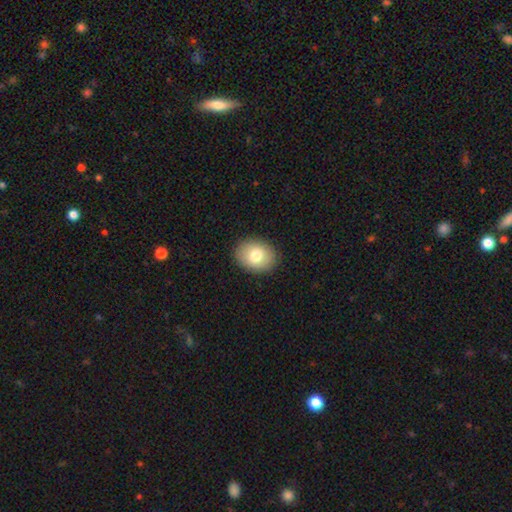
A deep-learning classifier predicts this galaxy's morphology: The model was most divided on "how rounded": in between: 60%, round: 39%, cigar-shaped: 1%. More confident: merging — none (89%); smooth or featured — smooth (79%).